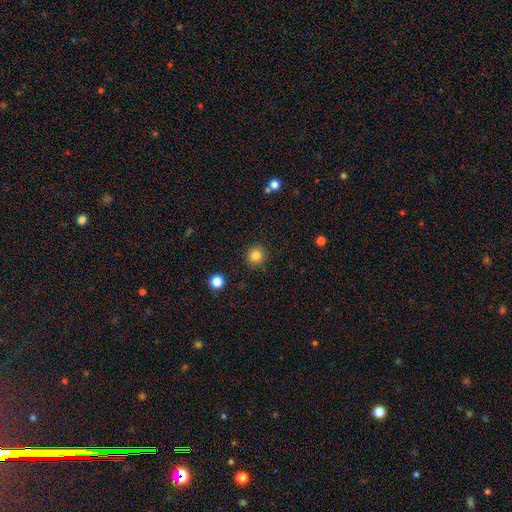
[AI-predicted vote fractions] A smooth galaxy with no disk features (83%) that is round (93%).

Vote fractions:
- Smooth or featured? smooth: 83% / star or artifact: 12% / featured or disk: 5%
- How rounded? round: 93% / in between: 6% / cigar-shaped: 1%
- Merging? none: 90% / minor disturbance: 6% / major disturbance: 2% / merger: 2%